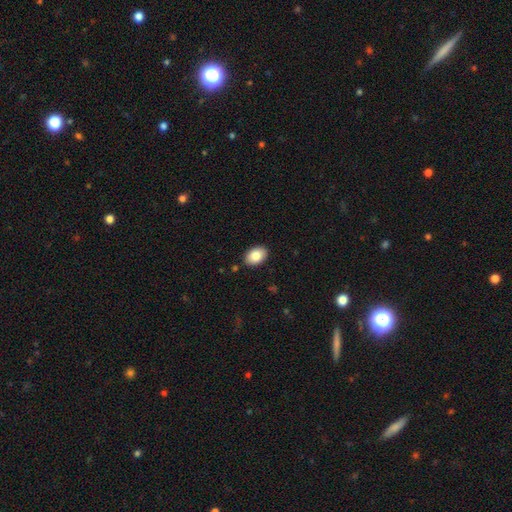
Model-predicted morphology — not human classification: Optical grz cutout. It shows a smooth galaxy with no disk features (84%) that is in between round and cigar-shaped (85%). Merging: none (89%).